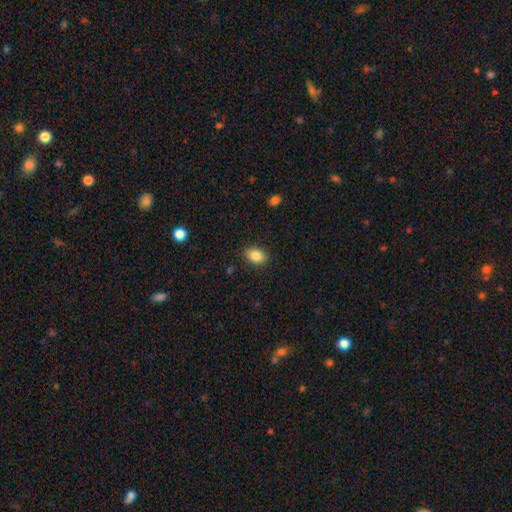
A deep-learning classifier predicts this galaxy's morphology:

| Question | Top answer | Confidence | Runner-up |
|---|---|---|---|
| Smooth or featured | smooth | 86% | star or artifact (8%) |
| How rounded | in between | 81% | round (17%) |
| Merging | none | 87% | minor disturbance (9%) |